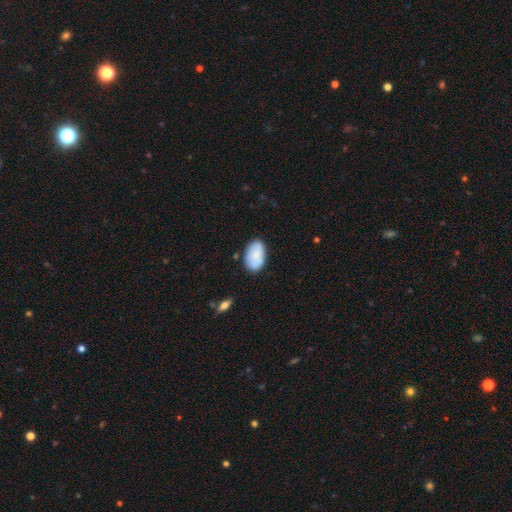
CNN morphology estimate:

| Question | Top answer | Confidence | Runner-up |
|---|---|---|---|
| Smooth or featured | smooth | 79% | featured or disk (14%) |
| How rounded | in between | 94% | round (5%) |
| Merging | none | 73% | minor disturbance (20%) |